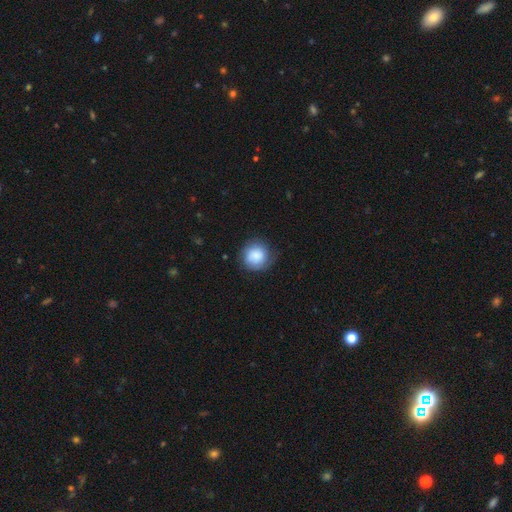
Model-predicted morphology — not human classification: smooth-or-featured: smooth: 80% | featured or disk: 13% | star or artifact: 7%
  how-rounded: round: 90% | in between: 9% | cigar-shaped: 1%
  merging: none: 72% | minor disturbance: 20% | major disturbance: 7% | merger: 1%